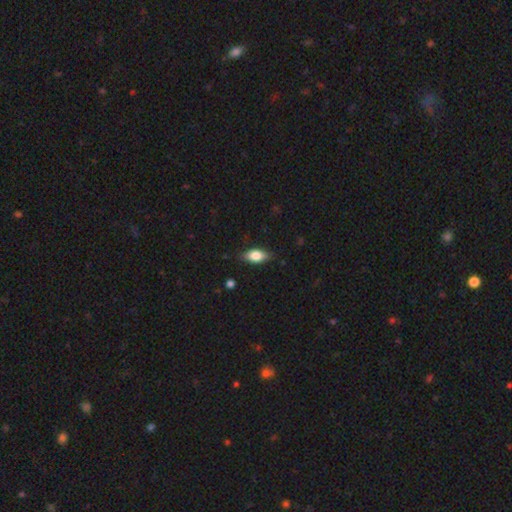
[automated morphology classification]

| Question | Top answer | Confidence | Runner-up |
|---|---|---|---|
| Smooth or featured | smooth | 76% | featured or disk (17%) |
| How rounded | in between | 87% | cigar-shaped (9%) |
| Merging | none | 83% | minor disturbance (14%) |